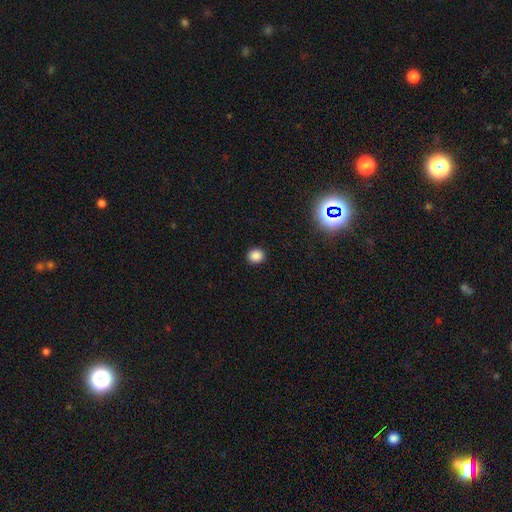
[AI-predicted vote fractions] smooth-or-featured: smooth: 86% | star or artifact: 11% | featured or disk: 3%
  how-rounded: round: 81% | in between: 18% | cigar-shaped: 1%
  merging: none: 92% | minor disturbance: 6% | major disturbance: 2% | merger: 1%